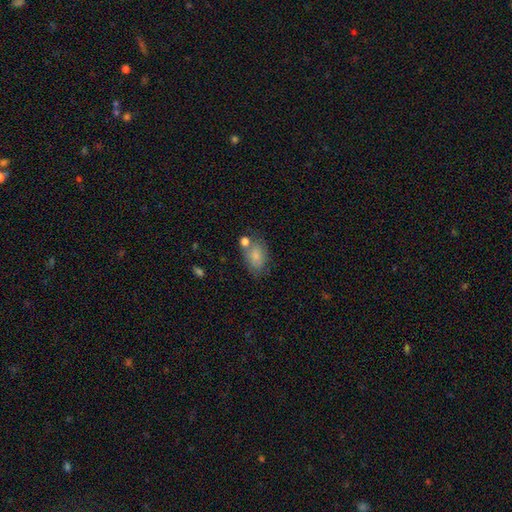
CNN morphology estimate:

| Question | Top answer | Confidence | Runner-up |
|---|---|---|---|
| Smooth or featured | smooth | 79% | featured or disk (13%) |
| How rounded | in between | 84% | round (15%) |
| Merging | none | 52% | merger (20%) |